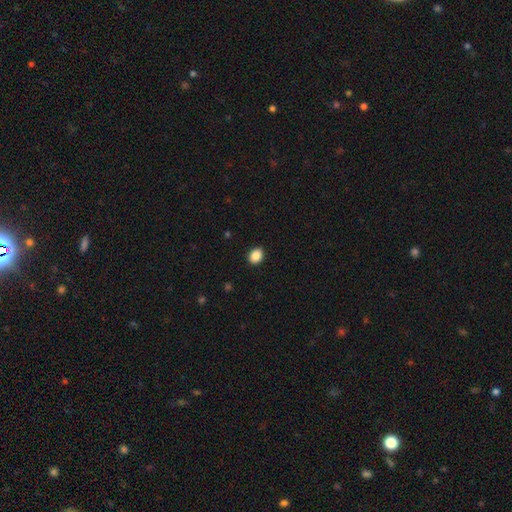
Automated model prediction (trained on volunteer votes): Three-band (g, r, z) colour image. It shows a smooth galaxy with no disk features (88%) that is in between round and cigar-shaped (58%). Merging: none (91%).